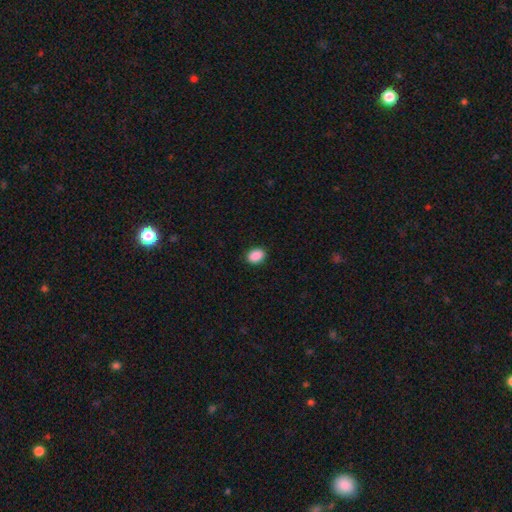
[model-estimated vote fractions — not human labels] The model was most divided on "how rounded": in between: 76%, round: 22%, cigar-shaped: 1%. More confident: smooth or featured — smooth (90%); merging — none (90%).